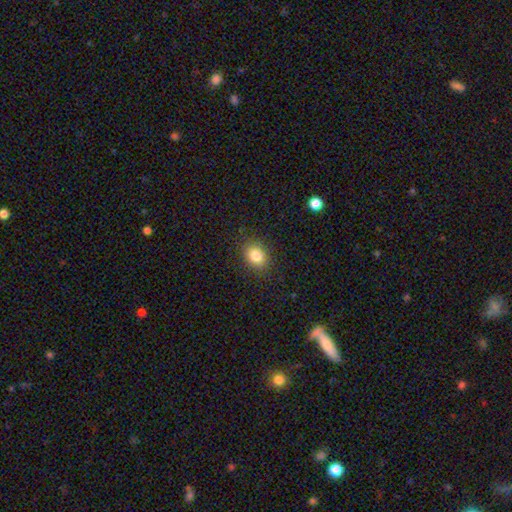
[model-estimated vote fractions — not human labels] Smooth or featured: smooth — 83% (star or artifact — 11%)
How rounded: in between — 53% (round — 46%)
Merging: none — 87% (minor disturbance — 9%)